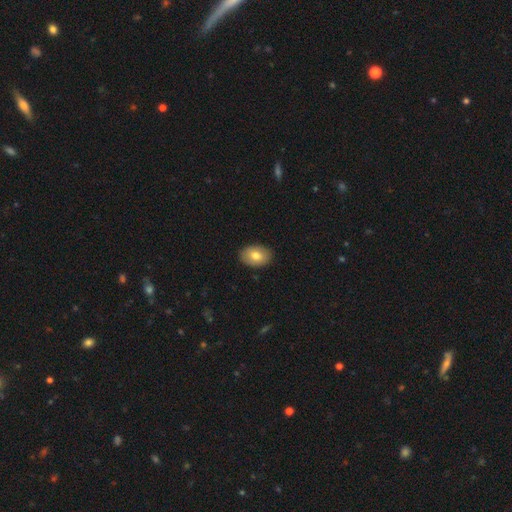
Smooth or featured? smooth (72%)
How rounded? in between (86%)
Merging? none (92%)